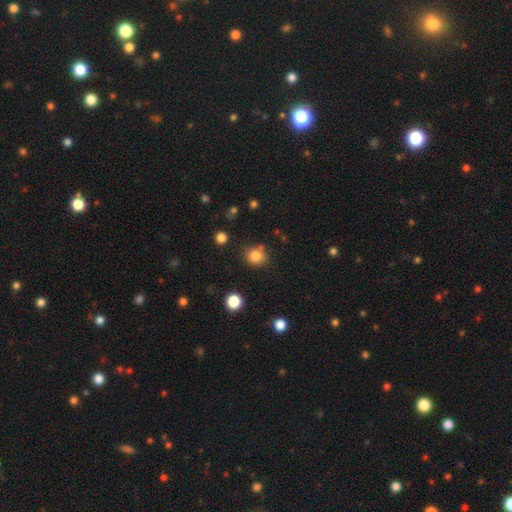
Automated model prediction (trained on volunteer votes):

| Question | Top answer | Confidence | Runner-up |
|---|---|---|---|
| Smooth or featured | smooth | 83% | star or artifact (12%) |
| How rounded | round | 87% | in between (12%) |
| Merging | none | 79% | minor disturbance (12%) |